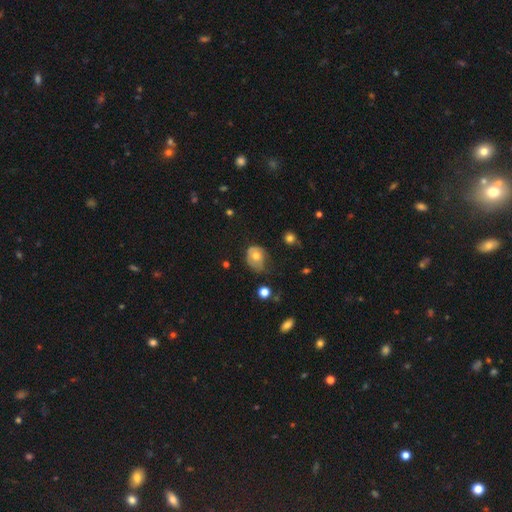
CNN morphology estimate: Q: Smooth or featured?
A: smooth (64%); runner-up: featured or disk (27%)
Q: How rounded?
A: in between (52%); runner-up: round (47%)
Q: Merging?
A: minor disturbance (40%); runner-up: none (37%)